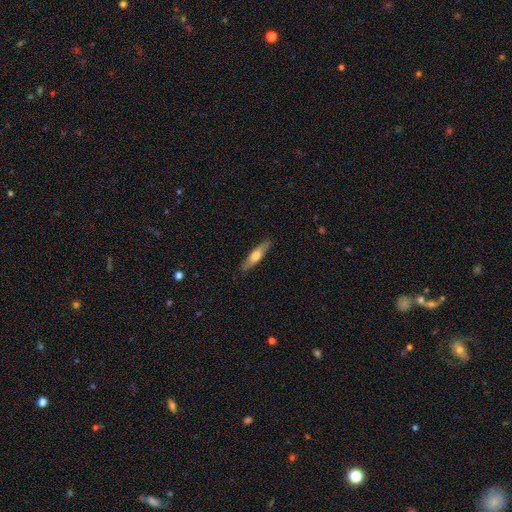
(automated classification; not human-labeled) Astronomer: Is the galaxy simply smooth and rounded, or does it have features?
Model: smooth — 51% (runner-up: featured or disk, 44%).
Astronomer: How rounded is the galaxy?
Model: cigar-shaped — 76%.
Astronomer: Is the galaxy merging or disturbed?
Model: none — 87%.